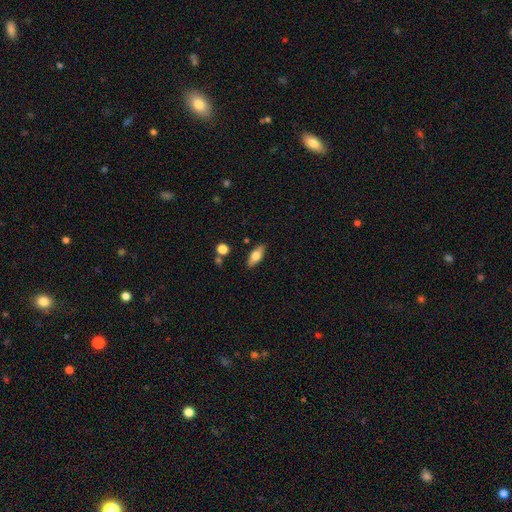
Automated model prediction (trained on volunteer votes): Overall: smooth (69%). How rounded: in between (80%). Merging: none (85%).